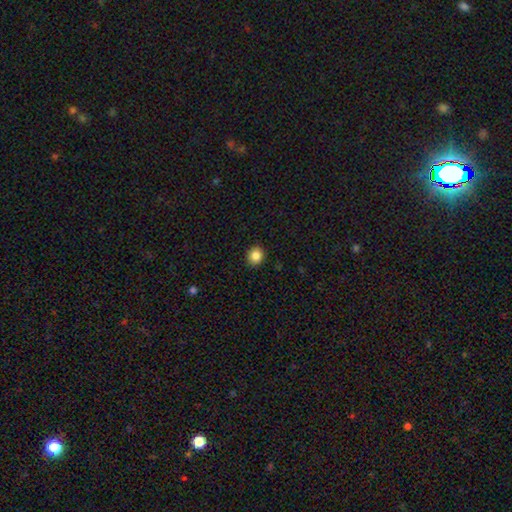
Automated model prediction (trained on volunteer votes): Morphology: type=smooth (86%); roundness=round (72%); merging=none (90%).